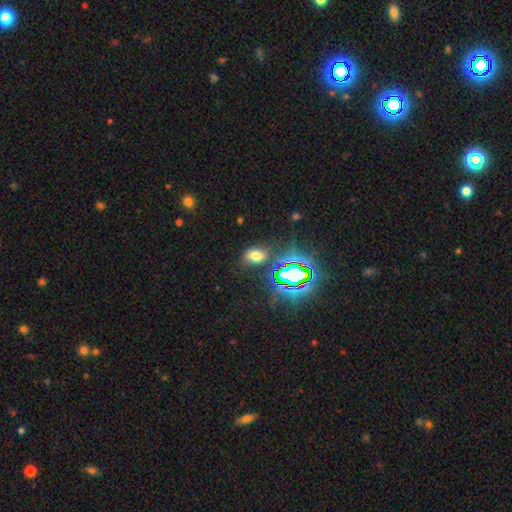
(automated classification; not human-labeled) Smooth or featured? Predicted: smooth (p=0.56). How rounded? Predicted: in between (p=0.81). Merging? Predicted: none (p=0.78).